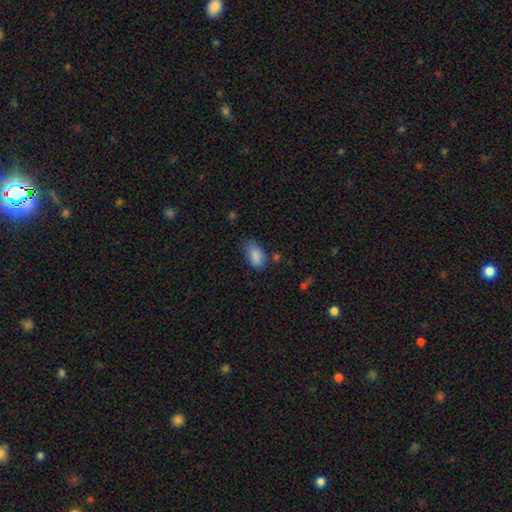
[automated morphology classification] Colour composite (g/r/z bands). It shows a smooth galaxy with no disk features (86%) that is in between round and cigar-shaped (91%). Merging: none (57%).